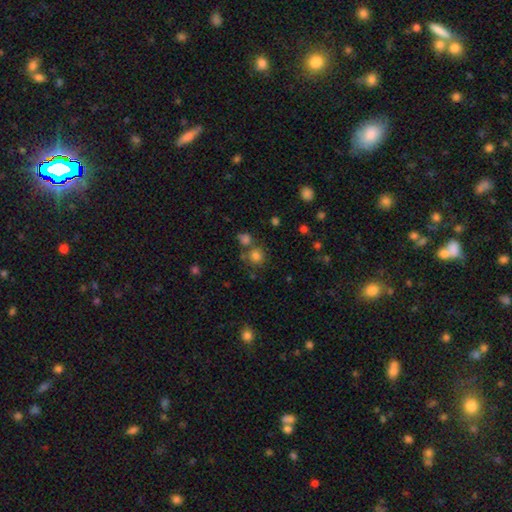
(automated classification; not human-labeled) Smooth or featured? smooth (77%)
How rounded? round (88%)
Merging? none (66%)